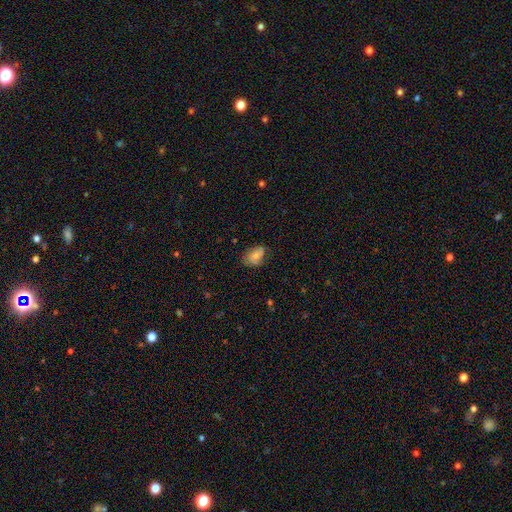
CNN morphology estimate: Smooth or featured?
  - smooth: 70% *
  - featured or disk: 22%
  - star or artifact: 8%
How rounded?
  - in between: 84% *
  - round: 14%
  - cigar-shaped: 2%
Merging?
  - none: 60% *
  - minor disturbance: 30%
  - major disturbance: 8%
  - merger: 1%